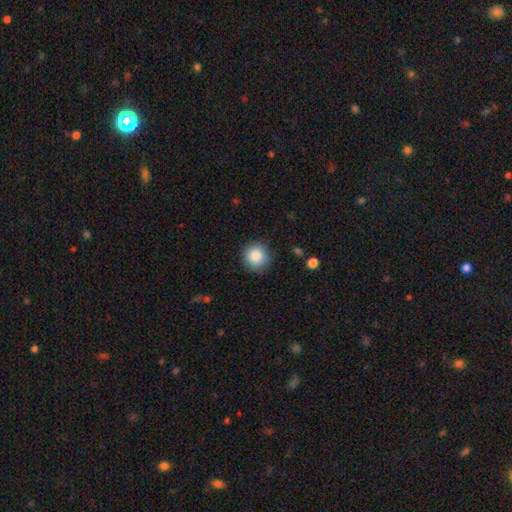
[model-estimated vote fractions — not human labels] Overall: smooth (86%). How rounded: round (93%). Merging: none (87%).